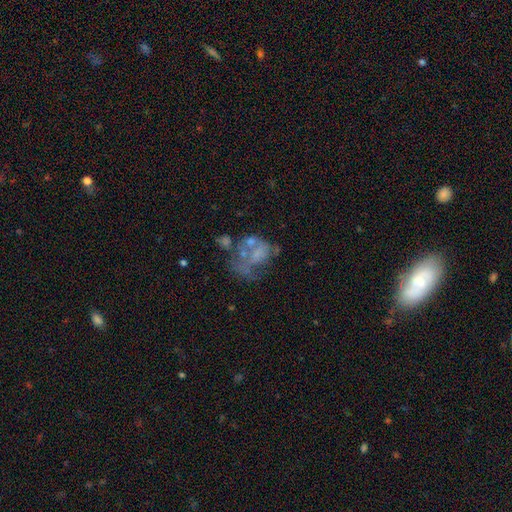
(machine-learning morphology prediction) Smooth or featured? Predicted: featured or disk (p=0.56). Edge-on disk? Predicted: no (p=0.98). Bar? Predicted: no (p=0.89). Spiral arms? Predicted: no (p=0.85). Bulge size? Predicted: none (p=0.69). Merging? Predicted: major disturbance (p=0.37).